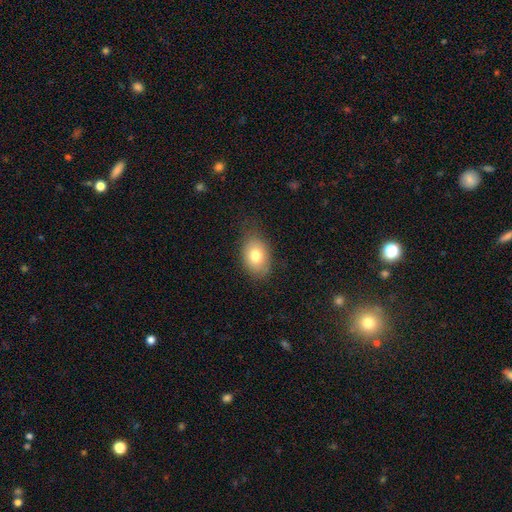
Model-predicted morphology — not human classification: smooth 78%, featured or disk 14%, star or artifact 9%. Down the decision tree: how rounded — in between (78%); merging — none (75%).